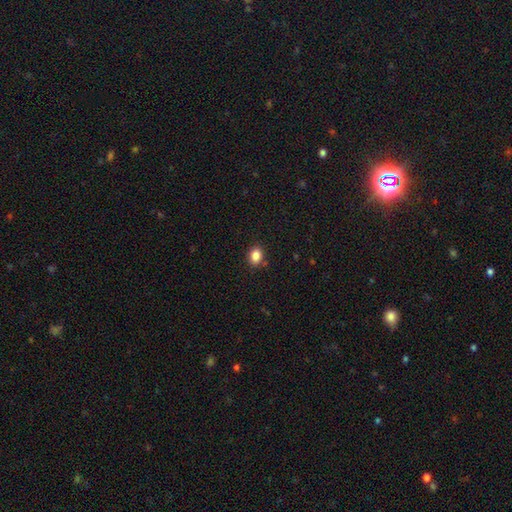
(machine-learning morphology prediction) Smooth or featured? Predicted: smooth (p=0.86). How rounded? Predicted: in between (p=0.62). Merging? Predicted: none (p=0.85).